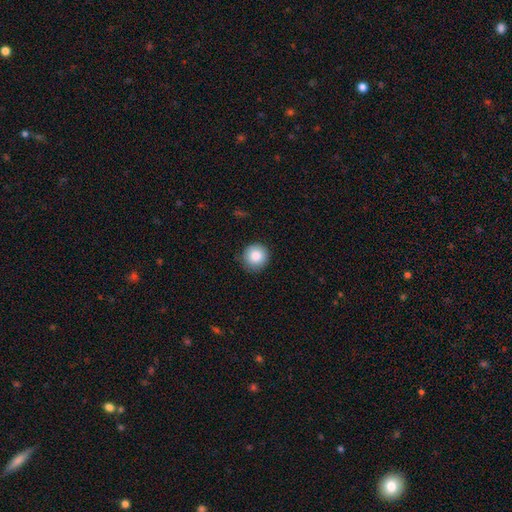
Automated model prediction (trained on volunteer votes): Morphology: type=smooth (85%); roundness=round (94%); merging=none (86%).